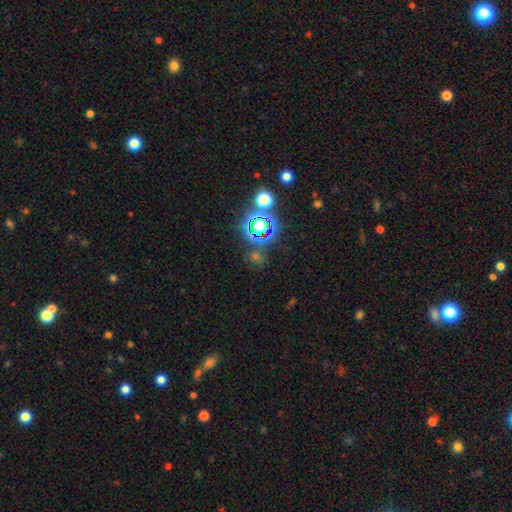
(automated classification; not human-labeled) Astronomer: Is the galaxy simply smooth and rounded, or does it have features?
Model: star or artifact — 63%.